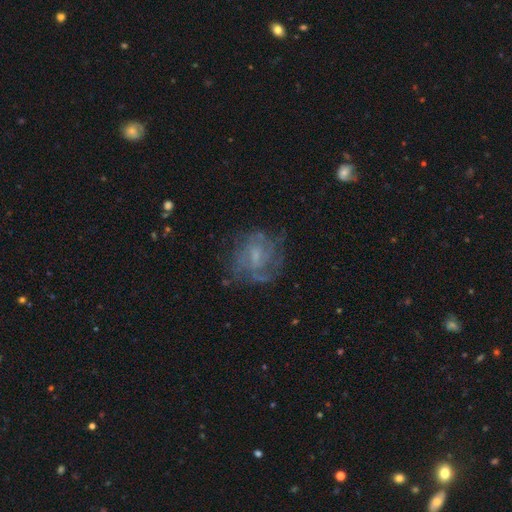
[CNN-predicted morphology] This appears to be a featured or disk galaxy (66%) with no bar (47%), spiral arms (71%) and a small central bulge (48%). Merging: none (64%).